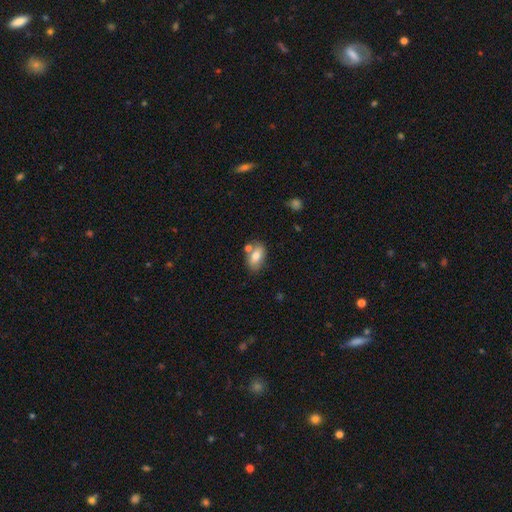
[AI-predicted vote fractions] This appears to be a smooth galaxy with no disk features (72%) that is in between round and cigar-shaped (89%). Merging: none (65%).